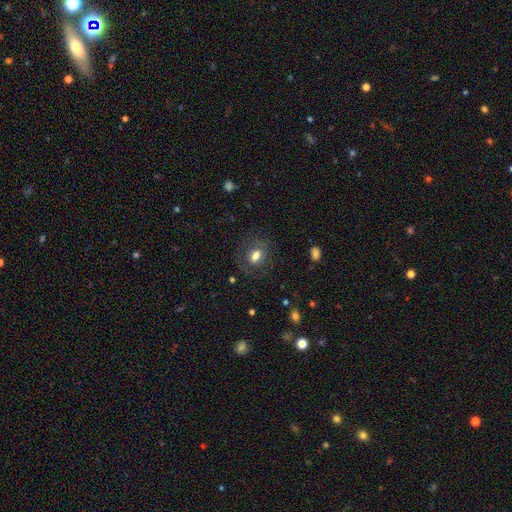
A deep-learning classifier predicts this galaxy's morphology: Smooth or featured: smooth — 70% (featured or disk — 19%)
How rounded: in between — 62% (round — 36%)
Merging: none — 76% (minor disturbance — 14%)